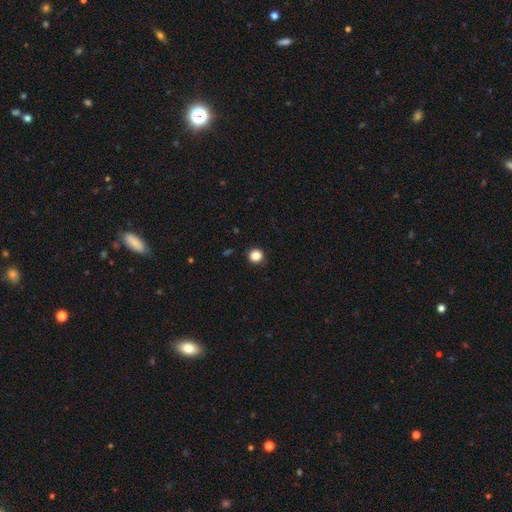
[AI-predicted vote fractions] A smooth galaxy with no disk features (85%) that is round (94%).

Vote fractions:
- Smooth or featured? smooth: 85% / star or artifact: 12% / featured or disk: 3%
- How rounded? round: 94% / in between: 5% / cigar-shaped: 1%
- Merging? none: 92% / minor disturbance: 5% / major disturbance: 2% / merger: 1%